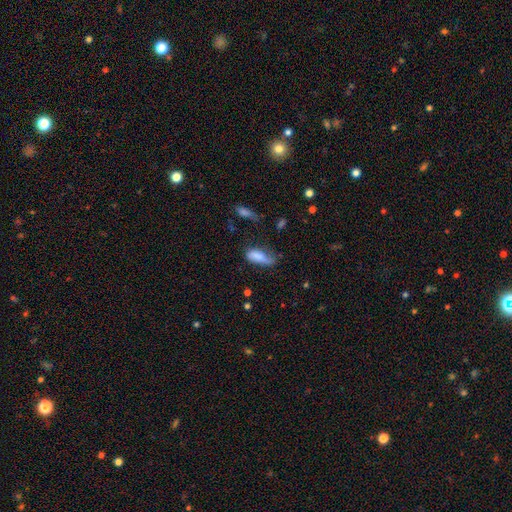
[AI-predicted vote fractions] A smooth galaxy with no disk features (78%) that is in between round and cigar-shaped (78%).

Vote fractions:
- Smooth or featured? smooth: 78% / featured or disk: 14% / star or artifact: 8%
- How rounded? in between: 78% / cigar-shaped: 20% / round: 3%
- Merging? none: 38% (tied) / minor disturbance: 38% (tied) / major disturbance: 19% / merger: 5%